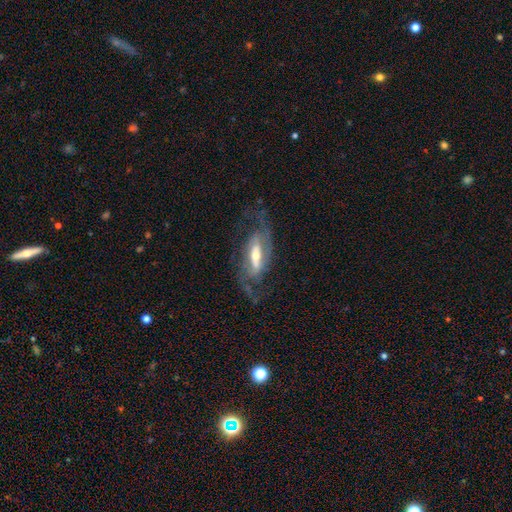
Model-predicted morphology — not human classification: A featured or disk galaxy (83%) with a strong bar (54%), 2 (86%) medium (47%) spiral arms (90%) and a moderate central bulge (59%). Merging: none (64%).